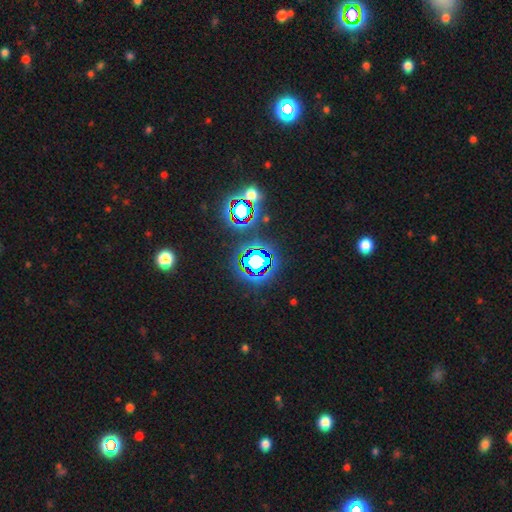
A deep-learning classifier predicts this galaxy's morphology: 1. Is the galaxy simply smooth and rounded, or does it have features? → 80% star or artifact, 12% smooth, 9% featured or disk.